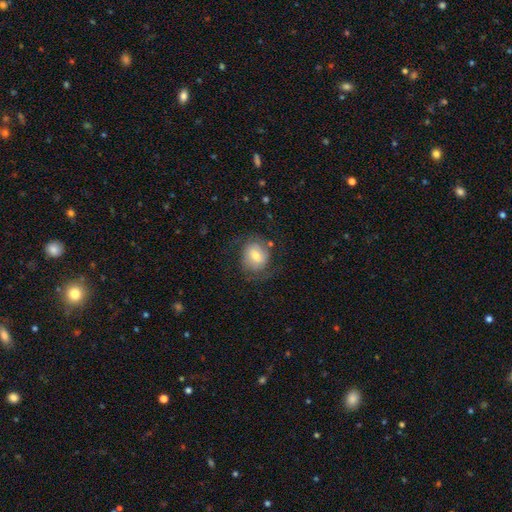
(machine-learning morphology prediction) Smooth or featured? featured or disk (50%)
Edge-on disk? no (97%)
Merging? none (63%)